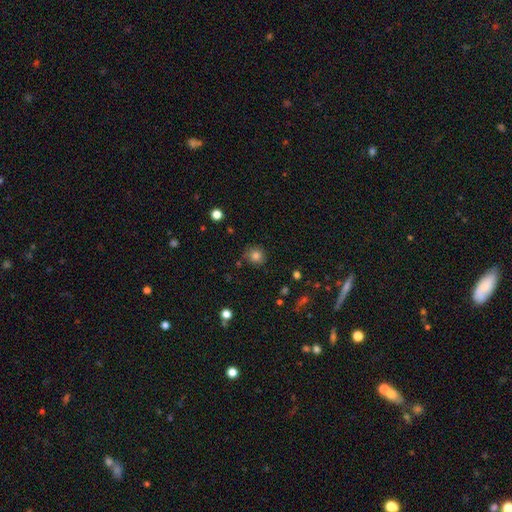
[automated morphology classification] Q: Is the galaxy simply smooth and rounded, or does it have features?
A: smooth — 82%.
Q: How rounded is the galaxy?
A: round — 86%.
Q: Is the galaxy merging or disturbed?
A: none — 82%.